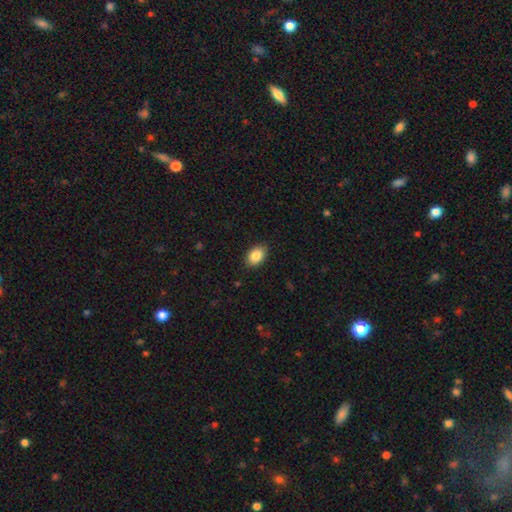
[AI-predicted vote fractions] Morphology: type=smooth (87%); roundness=in between (86%); merging=none (88%).